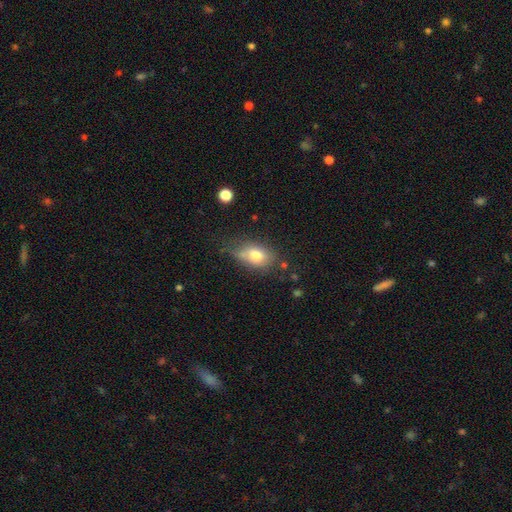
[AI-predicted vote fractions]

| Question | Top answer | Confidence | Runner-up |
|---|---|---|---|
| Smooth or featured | smooth | 75% | featured or disk (16%) |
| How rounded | in between | 81% | round (16%) |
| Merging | none | 55% | minor disturbance (28%) |